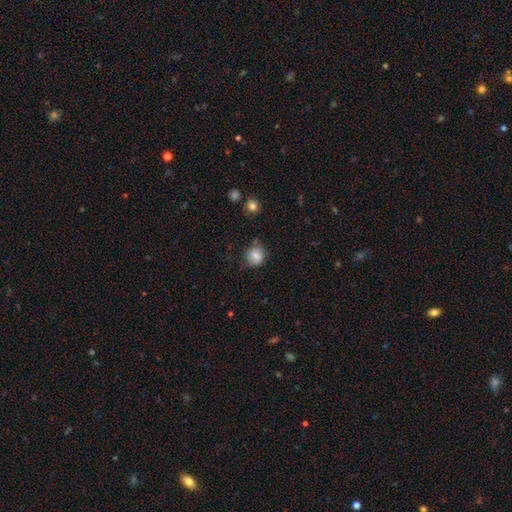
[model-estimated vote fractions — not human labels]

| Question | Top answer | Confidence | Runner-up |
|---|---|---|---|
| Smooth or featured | smooth | 79% | featured or disk (12%) |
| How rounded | round | 82% | in between (17%) |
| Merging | none | 76% | minor disturbance (18%) |